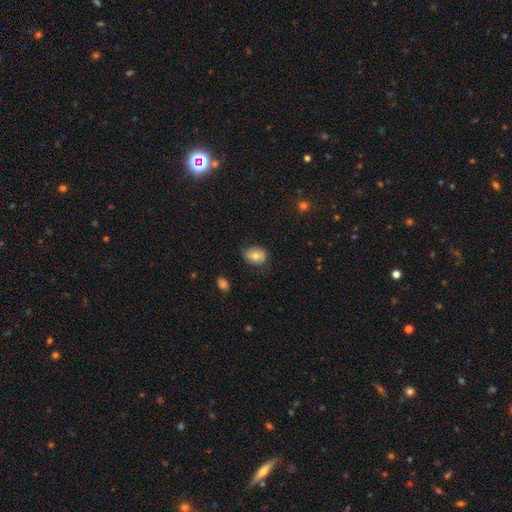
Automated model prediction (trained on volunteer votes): Smooth or featured? Predicted: smooth (p=0.70). How rounded? Predicted: in between (p=0.62). Merging? Predicted: none (p=0.65).